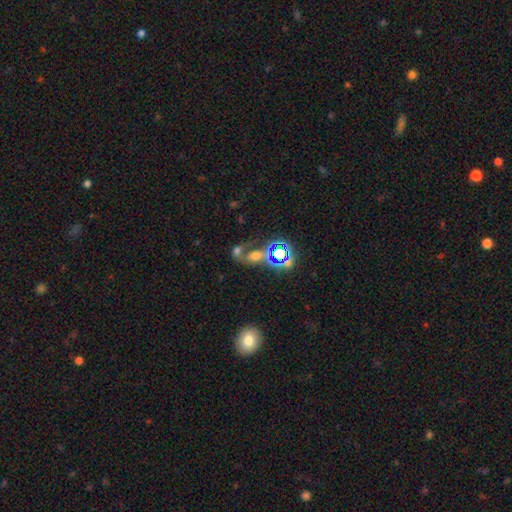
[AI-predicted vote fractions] Smooth or featured? smooth (39%, tied with star or artifact)
Merging? merger (51%)